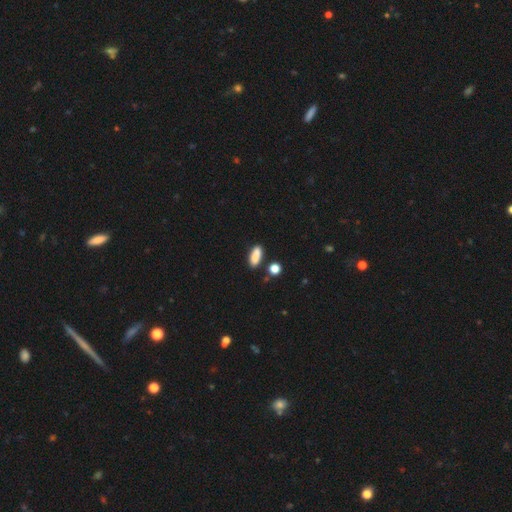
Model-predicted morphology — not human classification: smooth_or_featured: smooth (p=0.87) [alt: star or artifact p=0.08]
how_rounded: in between (p=0.69) [alt: cigar-shaped p=0.27]
merging: none (p=0.81) [alt: minor disturbance p=0.11]